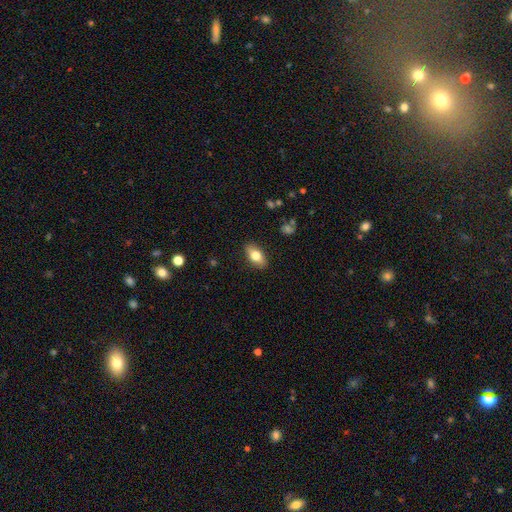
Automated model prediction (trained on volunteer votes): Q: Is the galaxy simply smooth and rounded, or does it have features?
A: smooth — 73%.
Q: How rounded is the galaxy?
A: in between — 85%.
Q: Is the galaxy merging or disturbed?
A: none — 87%.